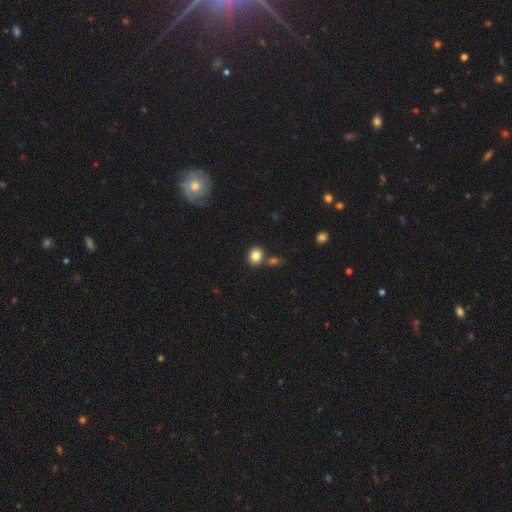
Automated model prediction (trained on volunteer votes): The model was most divided on "how rounded": round: 62%, in between: 38%, cigar-shaped: 1%. More confident: smooth or featured — smooth (84%); merging — none (70%).